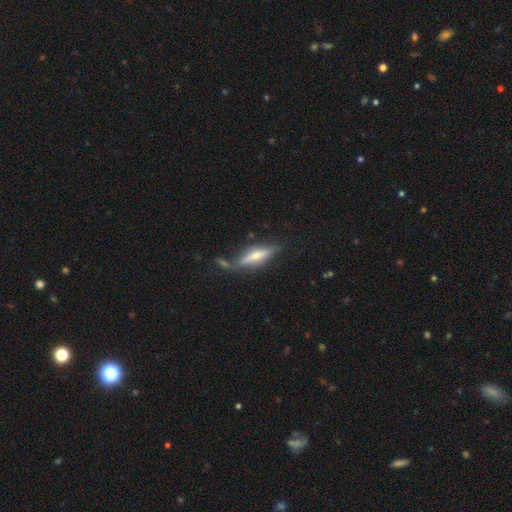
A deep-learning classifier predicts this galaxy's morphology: This appears to be a featured or disk galaxy (53%) viewed edge-on (88%). Merging: none (61%).